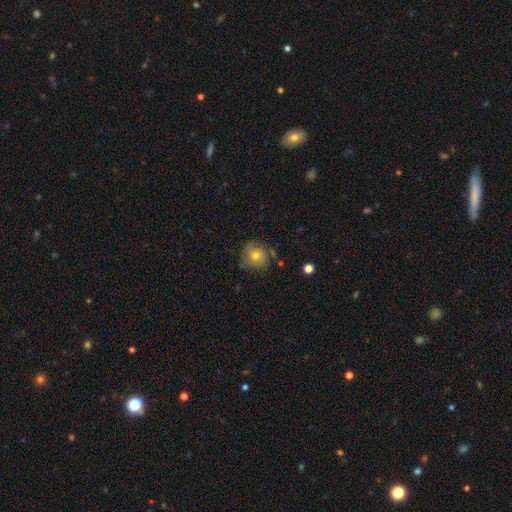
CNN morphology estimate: A smooth galaxy with no disk features (65%) that is round (89%).

Vote fractions:
- Smooth or featured? smooth: 65% / featured or disk: 25% / star or artifact: 10%
- How rounded? round: 89% / in between: 10% / cigar-shaped: 1%
- Merging? none: 71% / minor disturbance: 20% / major disturbance: 6% / merger: 3%